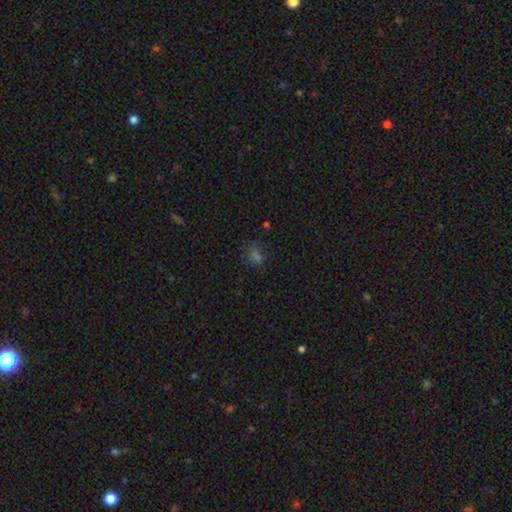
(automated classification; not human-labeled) Overall: smooth (48%; star or artifact 40%). Merging: none (66%).